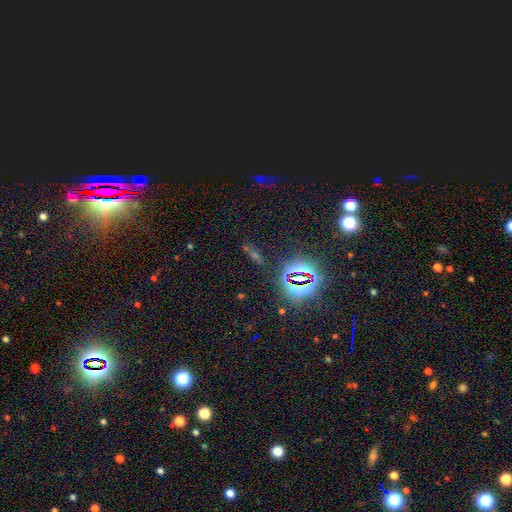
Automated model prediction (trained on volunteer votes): Overall: star or artifact (60%; smooth 25%).